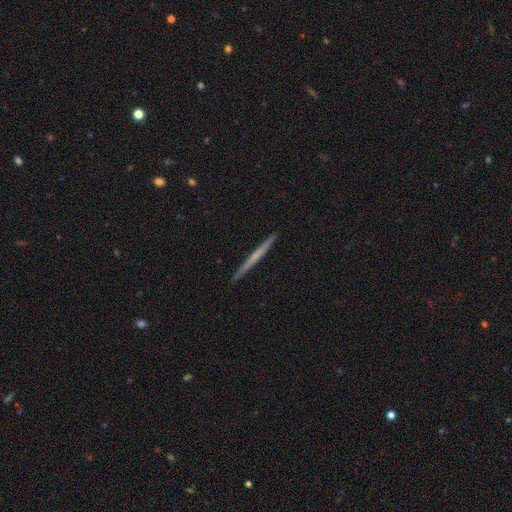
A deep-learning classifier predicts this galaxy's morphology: smooth-or-featured: featured or disk: 54% | smooth: 41% | star or artifact: 6%
  disk-edge-on: yes: 98% | no: 2%
    edge-on-bulge: none: 83% | rounded: 13% | boxy: 4%
  merging: none: 93% | minor disturbance: 5% | major disturbance: 1% | merger: 1%